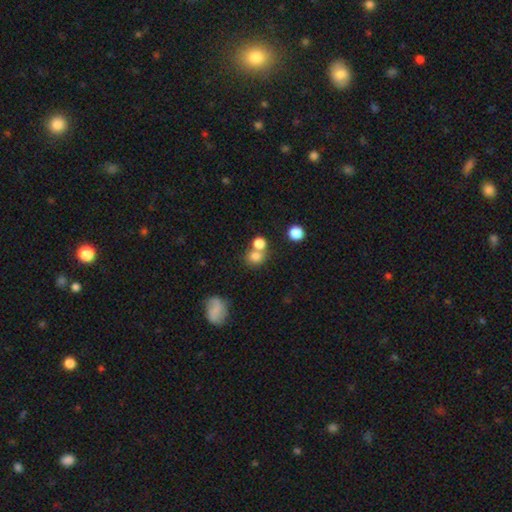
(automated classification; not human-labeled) This appears to be a smooth galaxy with no disk features (78%) that is round (77%). Merging: none (45%).